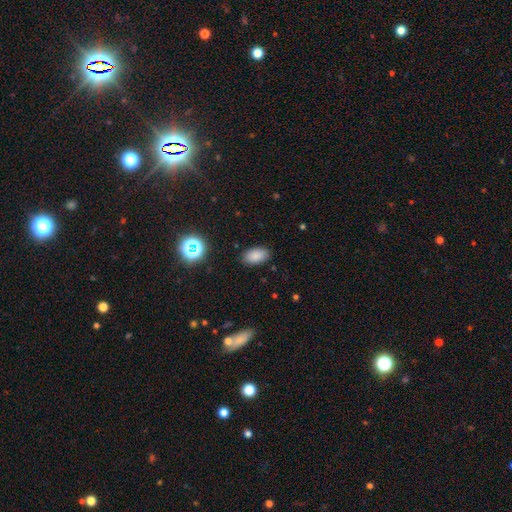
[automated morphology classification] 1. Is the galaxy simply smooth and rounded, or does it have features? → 83% smooth, 12% star or artifact, 5% featured or disk.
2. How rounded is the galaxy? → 92% in between, 6% round, 2% cigar-shaped.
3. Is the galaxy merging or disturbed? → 87% none, 9% minor disturbance, 3% major disturbance, 1% merger.